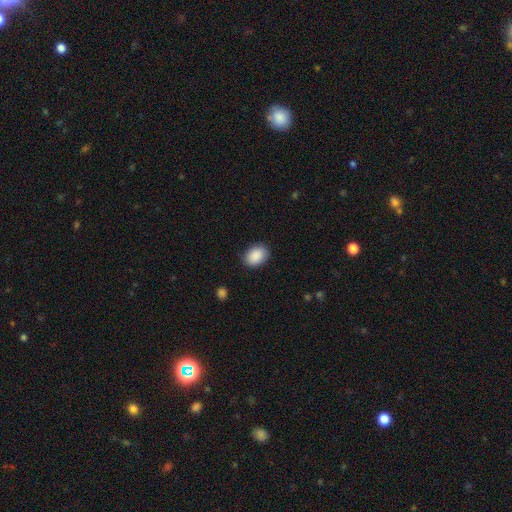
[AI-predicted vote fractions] Overall: smooth (90%). How rounded: in between (76%). Merging: none (87%).